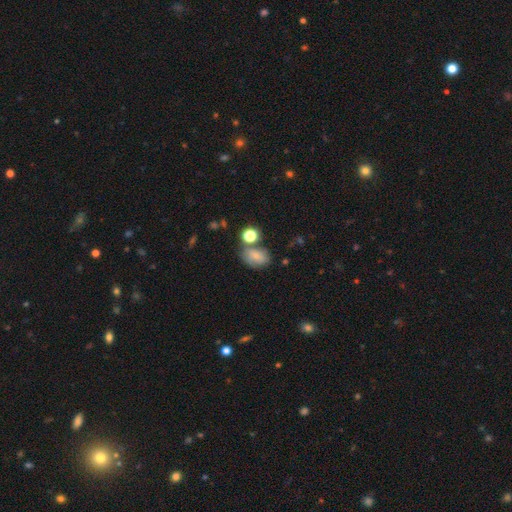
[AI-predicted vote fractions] Morphology: type=smooth (73%); roundness=in between (69%); merging=none (58%).